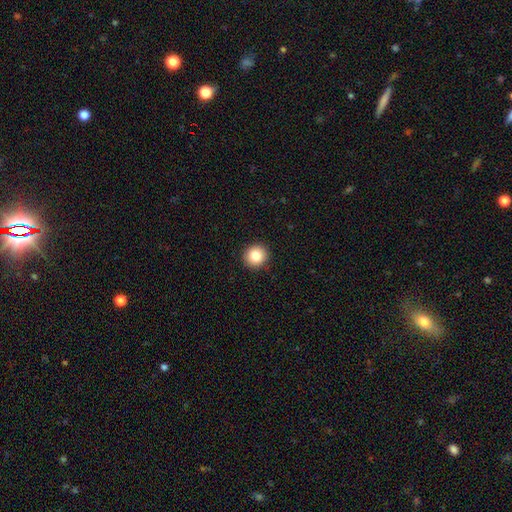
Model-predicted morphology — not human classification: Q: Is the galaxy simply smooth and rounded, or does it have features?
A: smooth — 84%.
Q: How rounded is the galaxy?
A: round — 92%.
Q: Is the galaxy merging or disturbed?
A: none — 93%.